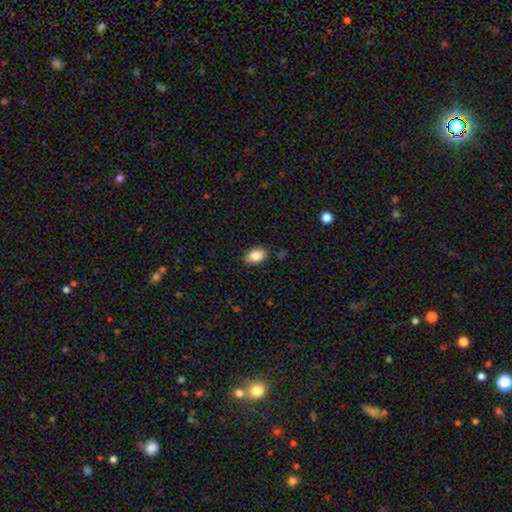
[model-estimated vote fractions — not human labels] This is clearly a smooth galaxy (87%). How rounded: clearly in between (89%). Merging: clearly none (86%).